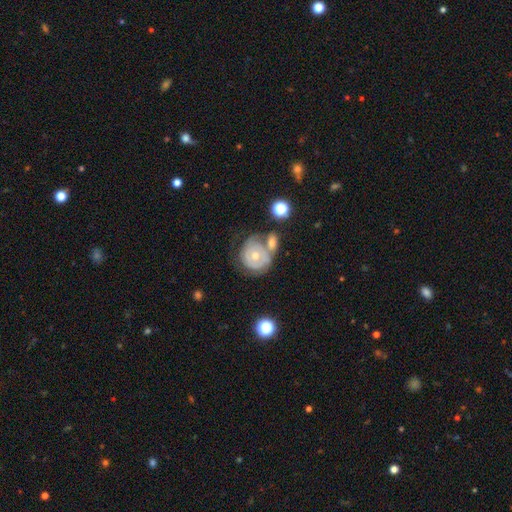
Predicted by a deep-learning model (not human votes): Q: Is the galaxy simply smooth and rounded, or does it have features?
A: featured or disk — 61%.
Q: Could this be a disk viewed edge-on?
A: no — 97%.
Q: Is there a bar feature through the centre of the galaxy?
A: no — 85%.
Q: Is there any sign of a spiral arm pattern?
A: yes — 62%.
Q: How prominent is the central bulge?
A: moderate — 57%.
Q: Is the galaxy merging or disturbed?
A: none — 38%.